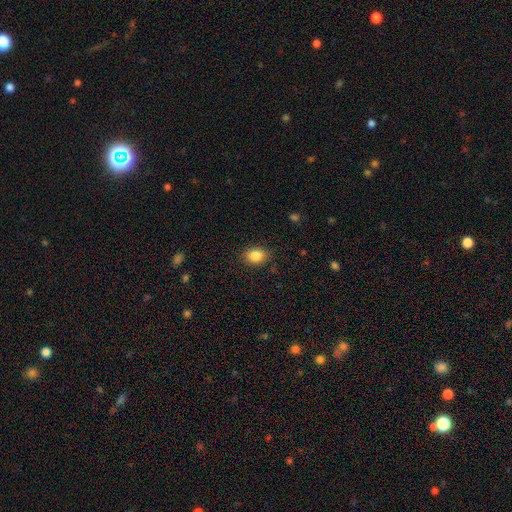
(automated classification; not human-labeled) A smooth galaxy with no disk features (85%) that is in between round and cigar-shaped (64%).

Vote fractions:
- Smooth or featured? smooth: 85% / star or artifact: 9% / featured or disk: 6%
- How rounded? in between: 64% / round: 35% / cigar-shaped: 1%
- Merging? none: 86% / minor disturbance: 10% / major disturbance: 3% / merger: 1%